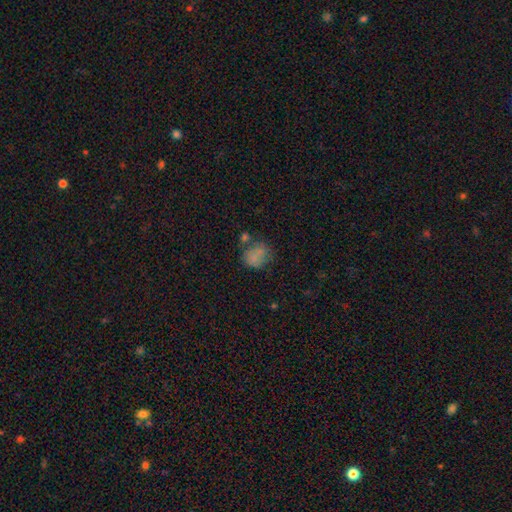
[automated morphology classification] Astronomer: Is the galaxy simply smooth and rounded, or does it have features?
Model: smooth — 73%.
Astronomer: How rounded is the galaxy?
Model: round — 63%.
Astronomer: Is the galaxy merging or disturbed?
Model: none — 50%.